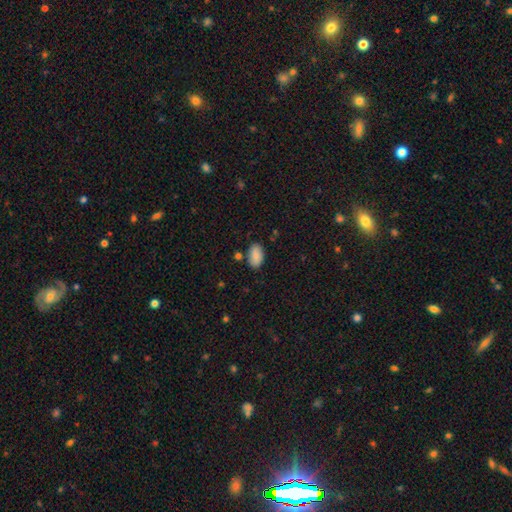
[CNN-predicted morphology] Smooth or featured?
  - smooth: 88% *
  - star or artifact: 7%
  - featured or disk: 6%
How rounded?
  - in between: 94% *
  - round: 4%
  - cigar-shaped: 2%
Merging?
  - none: 79% *
  - minor disturbance: 13%
  - merger: 5%
  - major disturbance: 3%